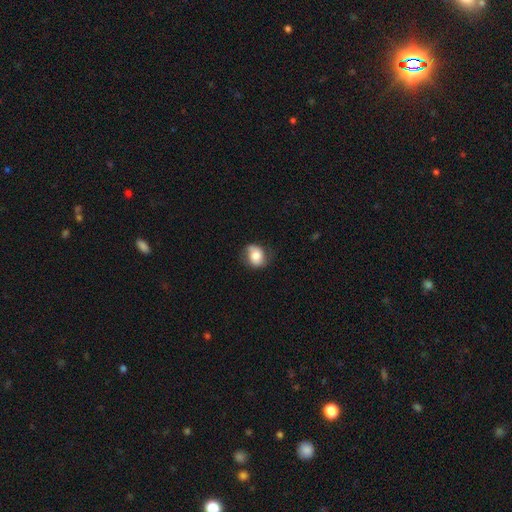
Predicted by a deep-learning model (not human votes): Overall: smooth (66%). How rounded: round (51%; in between 47%). Merging: none (61%; minor disturbance 27%).